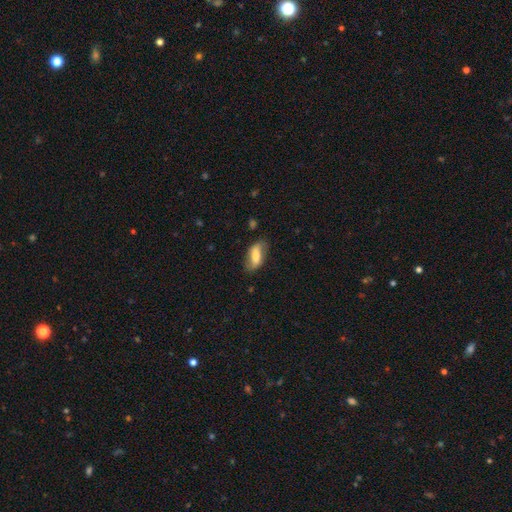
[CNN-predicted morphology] Smooth or featured? Predicted: smooth (p=0.52). How rounded? Predicted: in between (p=0.83). Merging? Predicted: none (p=0.71).